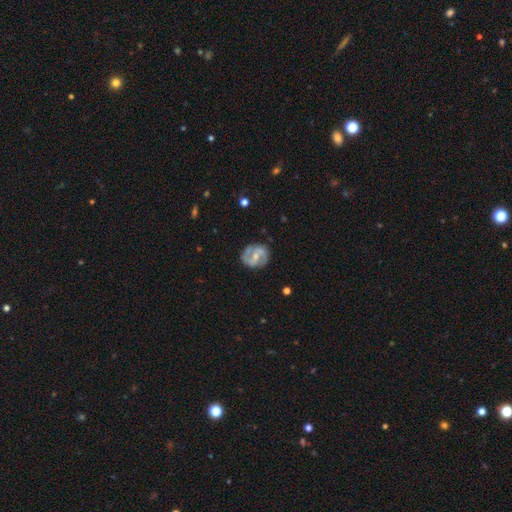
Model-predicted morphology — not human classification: Q: Smooth or featured?
A: featured or disk (74%); runner-up: smooth (20%)
Q: Edge-on disk?
A: no (97%); runner-up: yes (3%)
Q: Bar?
A: weak (46%); runner-up: no (30%)
Q: Spiral arms?
A: yes (83%); runner-up: no (17%)
Q: Spiral winding?
A: medium (48%); runner-up: tight (29%)
Q: Spiral arm count?
A: 2 (85%); runner-up: can't tell (8%)
Q: Bulge size?
A: moderate (51%); runner-up: small (42%)
Q: Merging?
A: none (77%); runner-up: minor disturbance (16%)